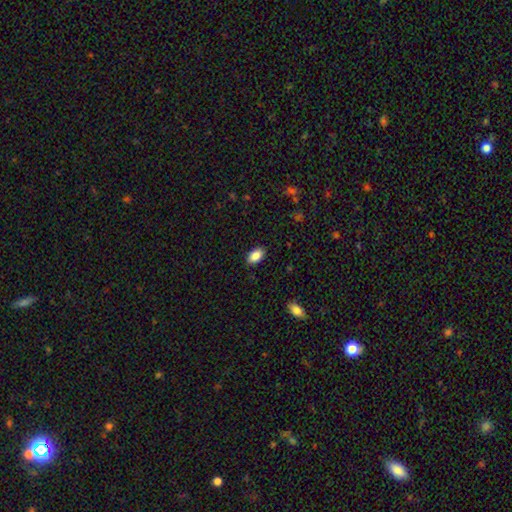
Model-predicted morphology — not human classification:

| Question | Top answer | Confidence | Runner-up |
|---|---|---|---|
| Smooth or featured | smooth | 88% | star or artifact (7%) |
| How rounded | in between | 93% | round (5%) |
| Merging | none | 88% | minor disturbance (9%) |